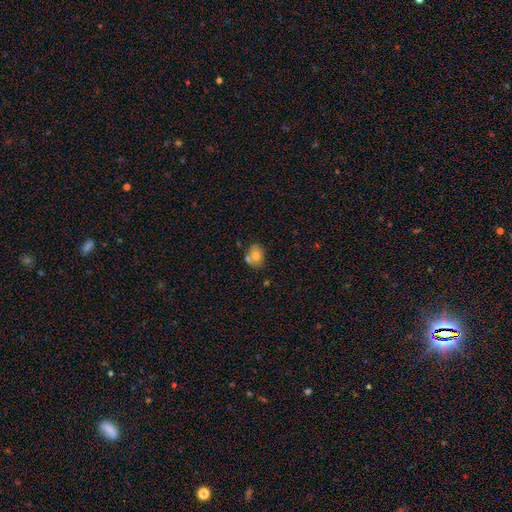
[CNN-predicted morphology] smooth_or_featured: smooth (p=0.70) [alt: featured or disk p=0.21]
how_rounded: in between (p=0.54) [alt: round p=0.45]
merging: none (p=0.54) [alt: merger p=0.23]